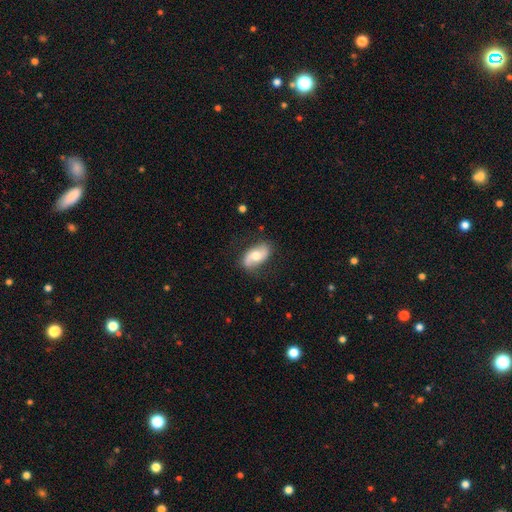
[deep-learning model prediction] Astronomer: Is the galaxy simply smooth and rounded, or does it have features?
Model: featured or disk — 49% (runner-up: smooth, 45%).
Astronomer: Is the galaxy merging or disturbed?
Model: none — 76%.